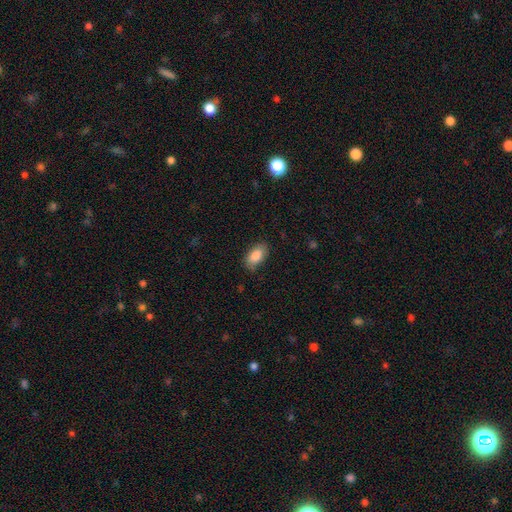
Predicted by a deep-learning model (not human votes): Q: Smooth or featured?
A: smooth (84%); runner-up: featured or disk (9%)
Q: How rounded?
A: in between (93%); runner-up: round (5%)
Q: Merging?
A: none (82%); runner-up: minor disturbance (14%)